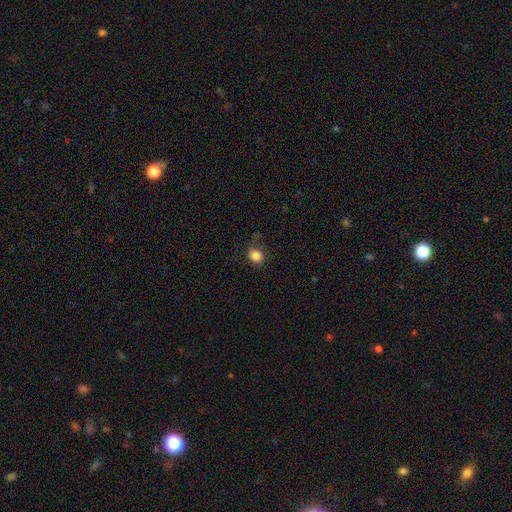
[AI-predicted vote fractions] The model was most divided on "how rounded": round: 72%, in between: 27%, cigar-shaped: 1%. More confident: smooth or featured — smooth (83%); merging — none (67%).